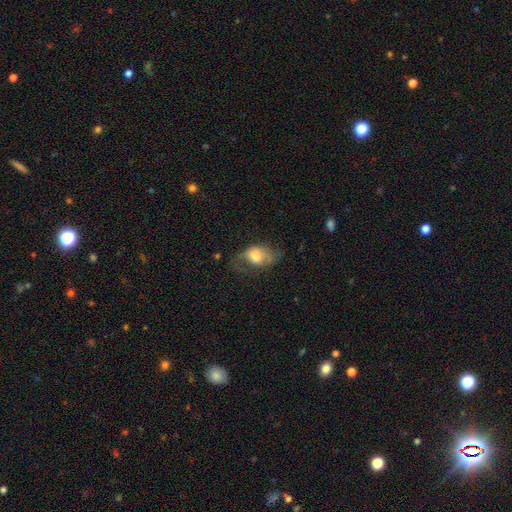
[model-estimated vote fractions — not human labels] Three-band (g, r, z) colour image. It shows a smooth galaxy with no disk features (63%) that is in between round and cigar-shaped (79%). Merging: none (41%).